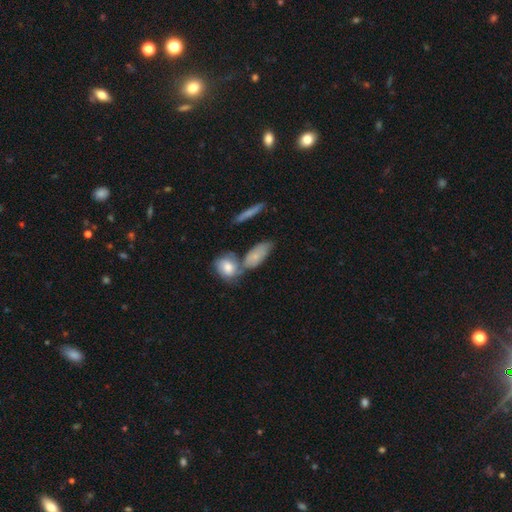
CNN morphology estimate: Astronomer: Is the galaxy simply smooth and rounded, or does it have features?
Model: smooth — 66%.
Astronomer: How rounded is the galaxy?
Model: in between — 78%.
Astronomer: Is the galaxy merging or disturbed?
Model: merger — 43% (runner-up: none, 34%).